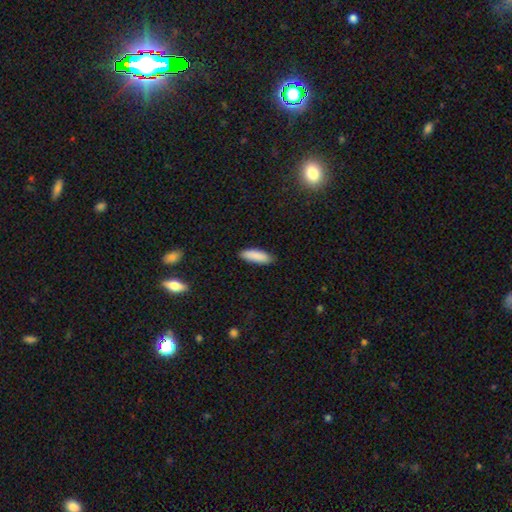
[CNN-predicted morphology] Q: Smooth or featured?
A: smooth (89%); runner-up: star or artifact (6%)
Q: How rounded?
A: cigar-shaped (51%); runner-up: in between (48%)
Q: Merging?
A: none (86%); runner-up: minor disturbance (11%)